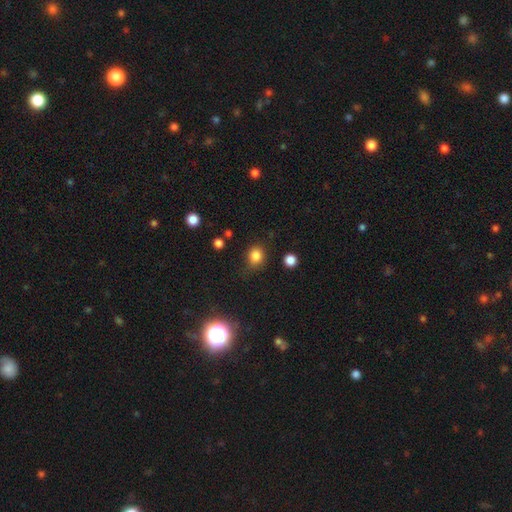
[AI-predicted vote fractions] The model was most divided on "how rounded": round: 71%, in between: 28%, cigar-shaped: 1%. More confident: smooth or featured — smooth (82%); merging — none (75%).